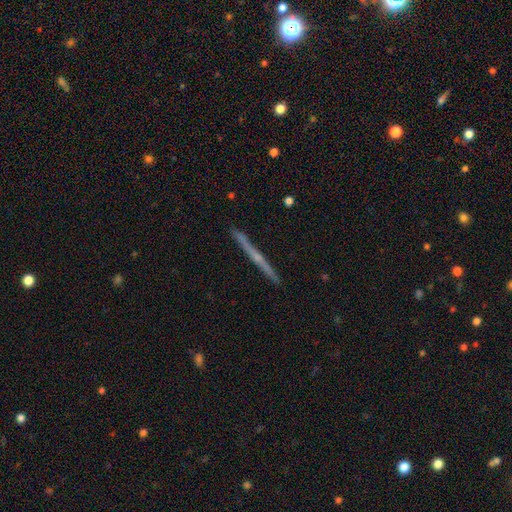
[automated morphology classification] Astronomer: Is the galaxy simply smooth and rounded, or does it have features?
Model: featured or disk — 70%.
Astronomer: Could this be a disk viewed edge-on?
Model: yes — 98%.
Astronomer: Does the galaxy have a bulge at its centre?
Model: none — 57% (runner-up: rounded, 37%).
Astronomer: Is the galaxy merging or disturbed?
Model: none — 91%.